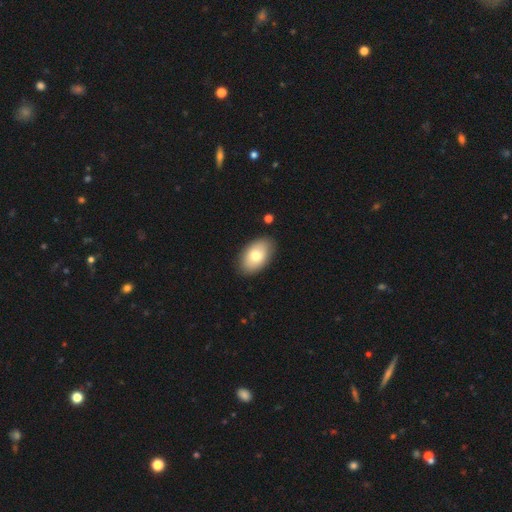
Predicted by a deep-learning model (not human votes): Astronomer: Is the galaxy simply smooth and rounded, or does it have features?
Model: smooth — 77%.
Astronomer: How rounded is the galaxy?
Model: in between — 92%.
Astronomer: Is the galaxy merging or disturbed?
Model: none — 87%.